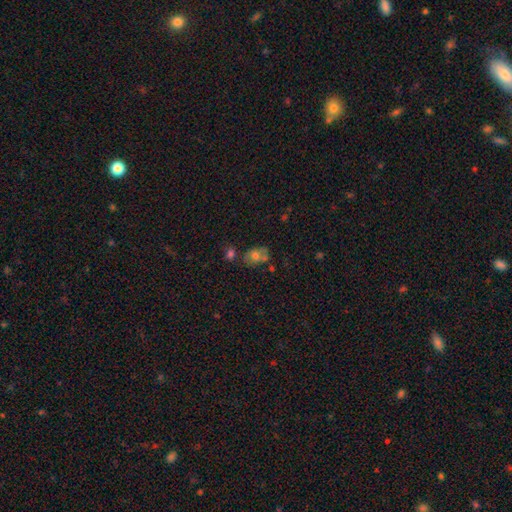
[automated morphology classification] A smooth galaxy with no disk features (61%) that is in between round and cigar-shaped (74%).

Vote fractions:
- Smooth or featured? smooth: 61% / featured or disk: 25% / star or artifact: 13%
- How rounded? in between: 74% / round: 25% / cigar-shaped: 2%
- Merging? none: 48% / minor disturbance: 22% / merger: 21% / major disturbance: 10%